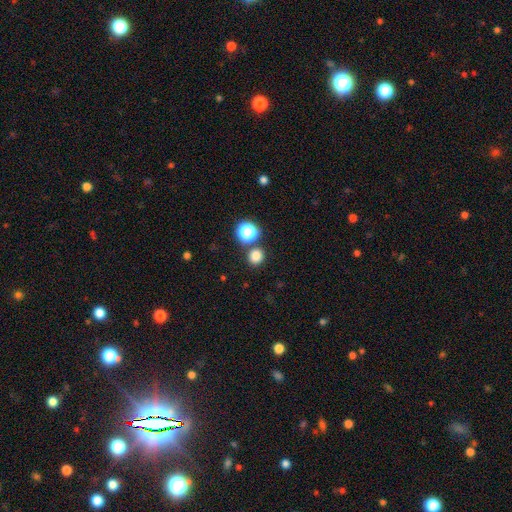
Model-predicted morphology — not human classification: Smooth or featured: smooth — 79% (star or artifact — 16%)
How rounded: round — 88% (in between — 11%)
Merging: none — 80% (merger — 10%)